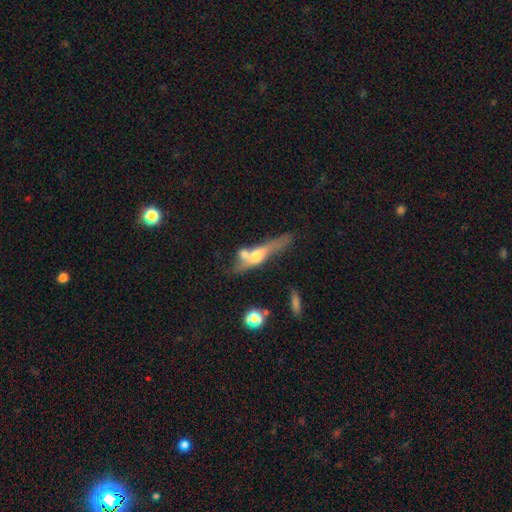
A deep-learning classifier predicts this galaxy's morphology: The model was most divided on "merging": merger: 37%, none: 34%, minor disturbance: 18%, major disturbance: 12%. More confident: edge-on disk — yes (75%); smooth or featured — featured or disk (53%).